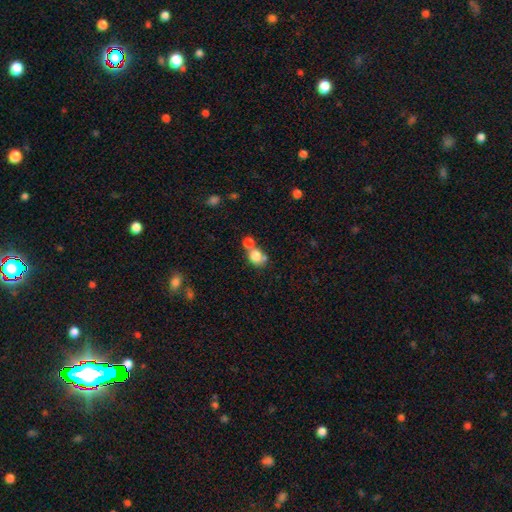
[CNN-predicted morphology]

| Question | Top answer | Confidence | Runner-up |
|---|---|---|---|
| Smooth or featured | smooth | 79% | featured or disk (11%) |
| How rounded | round | 58% | in between (40%) |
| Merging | merger | 49% | none (36%) |